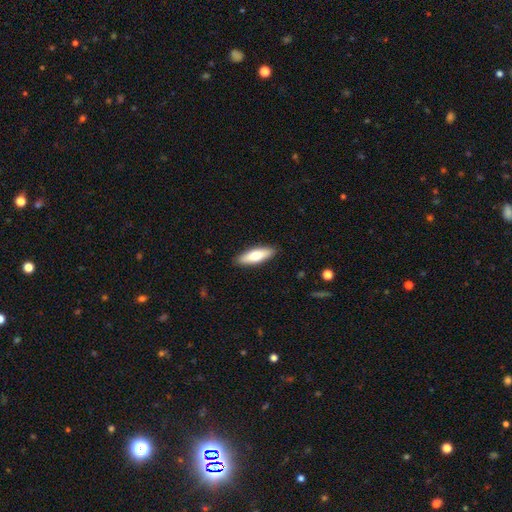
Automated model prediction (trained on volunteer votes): Smooth or featured?
  - smooth: 71% *
  - featured or disk: 24%
  - star or artifact: 5%
How rounded?
  - in between: 53% *
  - cigar-shaped: 45%
  - round: 2%
Merging?
  - none: 89% *
  - minor disturbance: 8%
  - major disturbance: 2%
  - merger: 1%